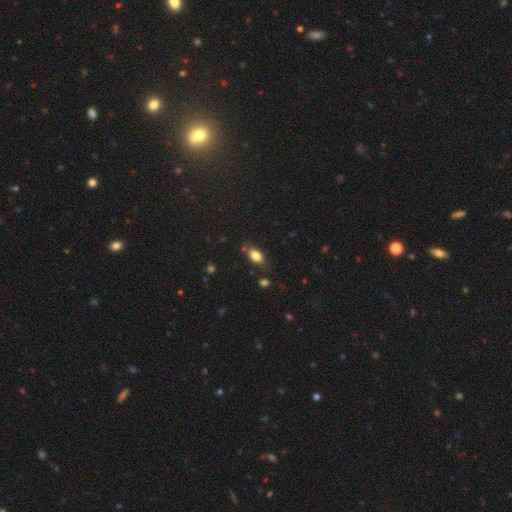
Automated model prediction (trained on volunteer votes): Smooth or featured? smooth (82%)
How rounded? in between (87%)
Merging? none (73%)